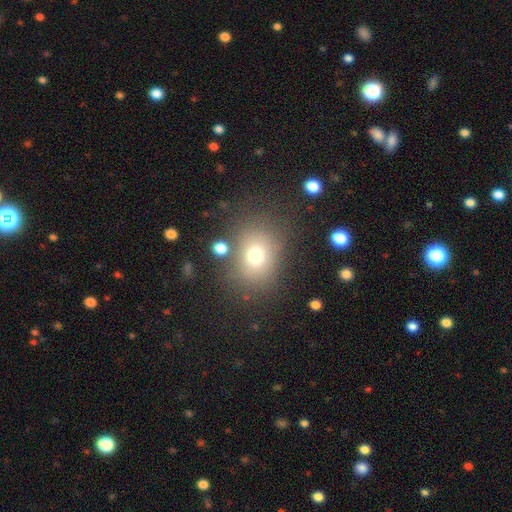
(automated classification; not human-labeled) The model was most divided on "how rounded": round: 51%, in between: 48%, cigar-shaped: 1%. More confident: merging — none (75%); smooth or featured — smooth (71%).